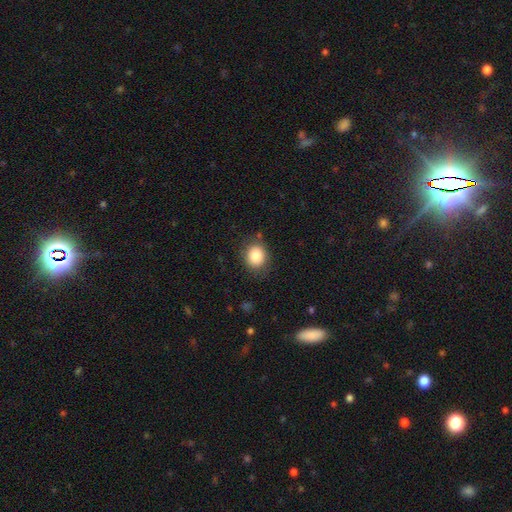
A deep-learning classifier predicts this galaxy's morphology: This appears to be a smooth galaxy with no disk features (84%) that is round (70%). Merging: none (83%).